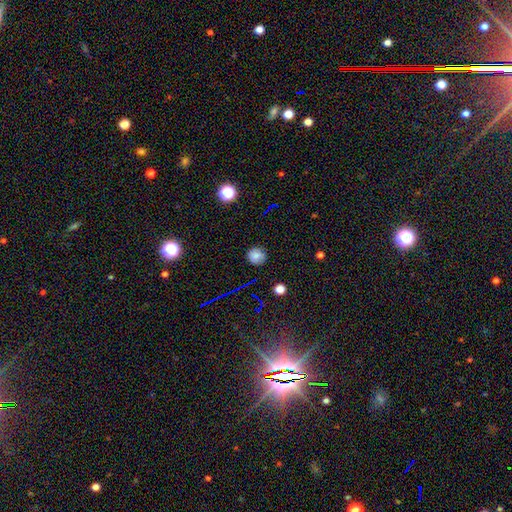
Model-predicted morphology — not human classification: Q: Smooth or featured?
A: smooth (76%); runner-up: star or artifact (15%)
Q: How rounded?
A: round (89%); runner-up: in between (10%)
Q: Merging?
A: none (84%); runner-up: minor disturbance (12%)